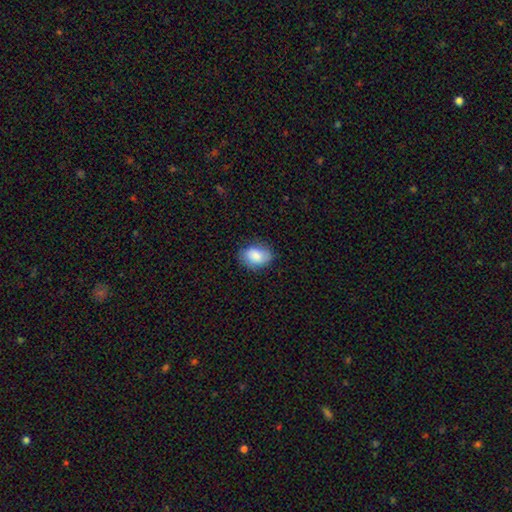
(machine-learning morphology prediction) Q: Smooth or featured?
A: smooth (84%); runner-up: featured or disk (9%)
Q: How rounded?
A: in between (77%); runner-up: round (22%)
Q: Merging?
A: none (78%); runner-up: minor disturbance (17%)